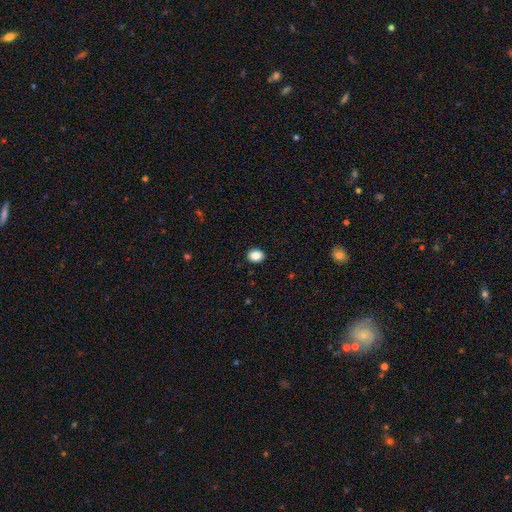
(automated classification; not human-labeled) smooth-or-featured: smooth: 87% | star or artifact: 9% | featured or disk: 4%
  how-rounded: in between: 50% | round: 49% | cigar-shaped: 1%
  merging: none: 91% | minor disturbance: 6% | major disturbance: 2% | merger: 1%